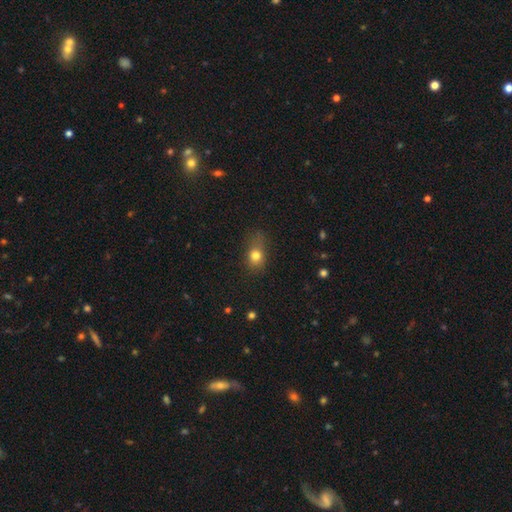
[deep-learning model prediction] smooth_or_featured: smooth (p=0.77) [alt: star or artifact p=0.13]
how_rounded: in between (p=0.56) [alt: round p=0.41]
merging: none (p=0.57) [alt: minor disturbance p=0.28]